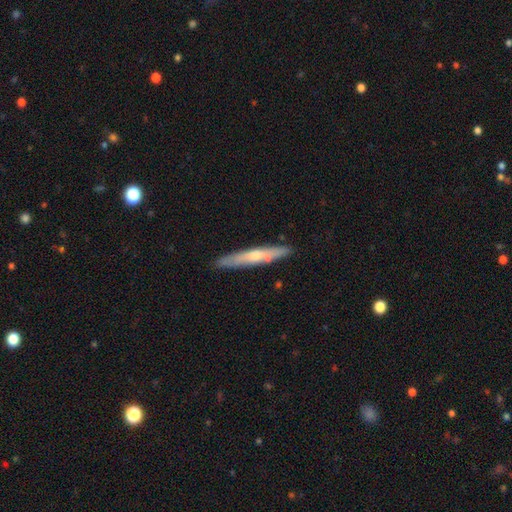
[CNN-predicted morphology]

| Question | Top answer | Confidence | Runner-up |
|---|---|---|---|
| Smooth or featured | featured or disk | 52% | smooth (42%) |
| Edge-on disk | yes | 85% | no (15%) |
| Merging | none | 85% | minor disturbance (10%) |